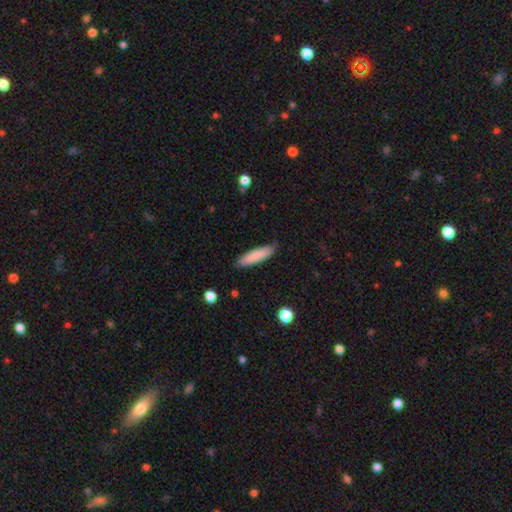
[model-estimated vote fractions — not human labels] smooth_or_featured: smooth (p=0.83) [alt: featured or disk p=0.11]
how_rounded: cigar-shaped (p=0.69) [alt: in between p=0.29]
merging: none (p=0.83) [alt: minor disturbance p=0.14]